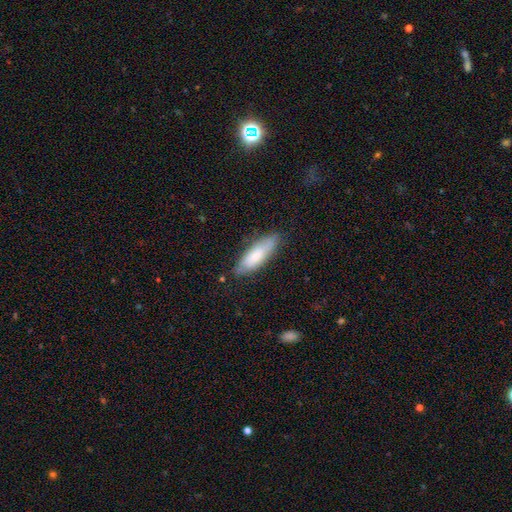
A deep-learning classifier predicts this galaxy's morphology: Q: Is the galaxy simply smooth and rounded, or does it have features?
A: smooth — 71%.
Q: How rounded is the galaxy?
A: in between — 54%.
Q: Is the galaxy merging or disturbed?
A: none — 77%.